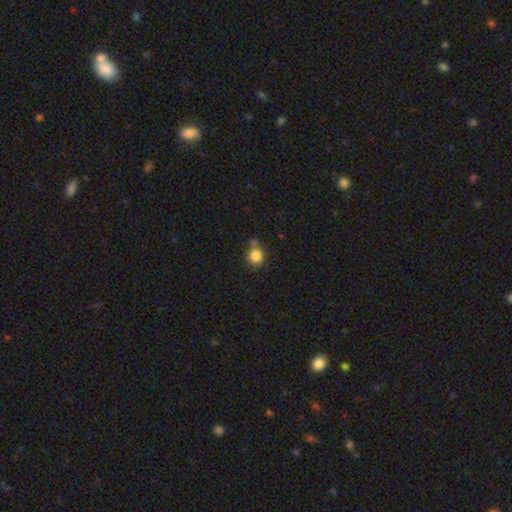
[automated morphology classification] smooth-or-featured: smooth: 85% | star or artifact: 10% | featured or disk: 5%
  how-rounded: round: 86% | in between: 13% | cigar-shaped: 1%
  merging: none: 64% | minor disturbance: 17% | merger: 15% | major disturbance: 5%